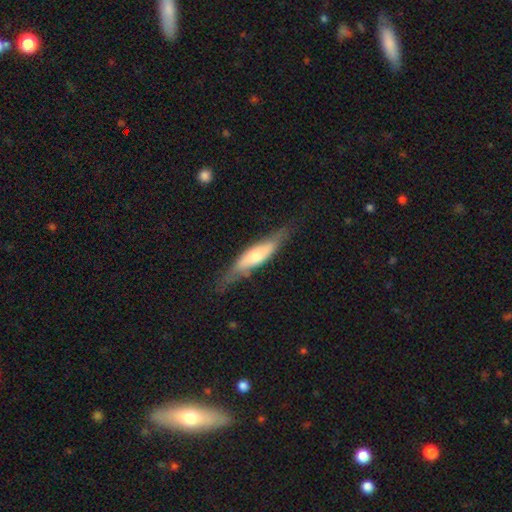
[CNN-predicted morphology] This is possibly a featured or disk galaxy (49%). Merging: likely none (71%).